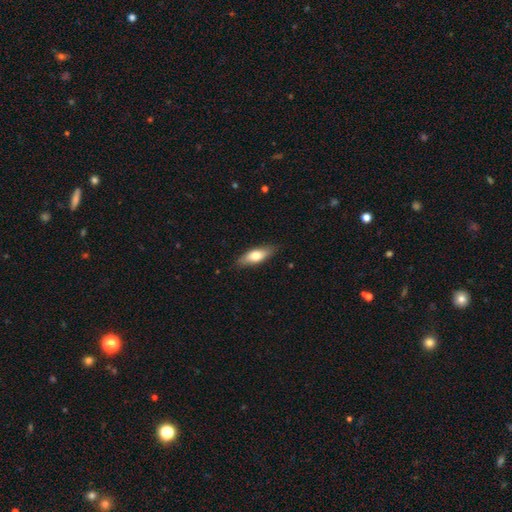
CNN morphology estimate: Smooth or featured?
  - smooth: 69% *
  - featured or disk: 25%
  - star or artifact: 6%
How rounded?
  - in between: 66% *
  - cigar-shaped: 31%
  - round: 3%
Merging?
  - none: 85% *
  - minor disturbance: 12%
  - major disturbance: 2%
  - merger: 1%